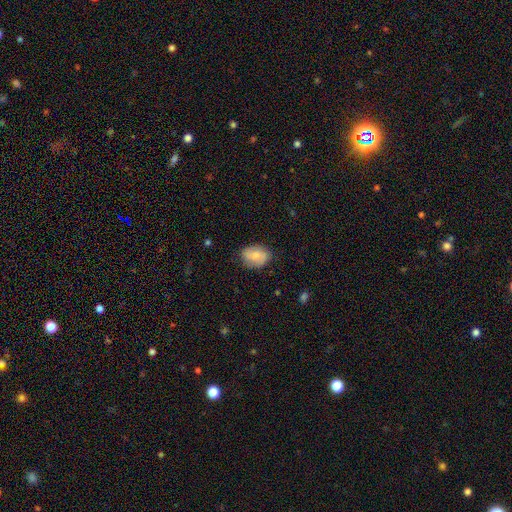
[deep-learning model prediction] Smooth or featured? Predicted: smooth (p=0.64). How rounded? Predicted: in between (p=0.69). Merging? Predicted: none (p=0.78).